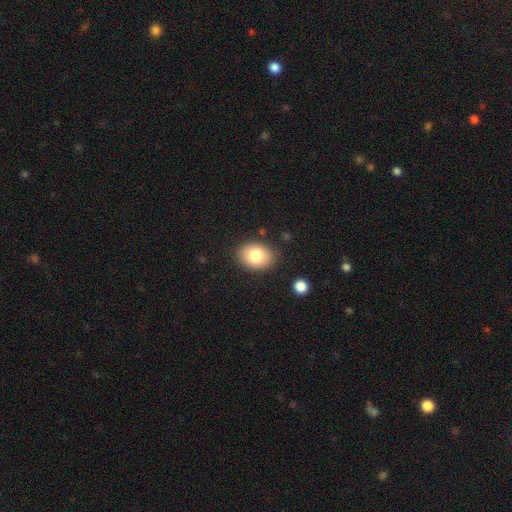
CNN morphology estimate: A smooth galaxy with no disk features (80%) that is in between round and cigar-shaped (70%).

Vote fractions:
- Smooth or featured? smooth: 80% / featured or disk: 12% / star or artifact: 8%
- How rounded? in between: 70% / round: 29% / cigar-shaped: 1%
- Merging? none: 84% / minor disturbance: 11% / major disturbance: 3% / merger: 2%